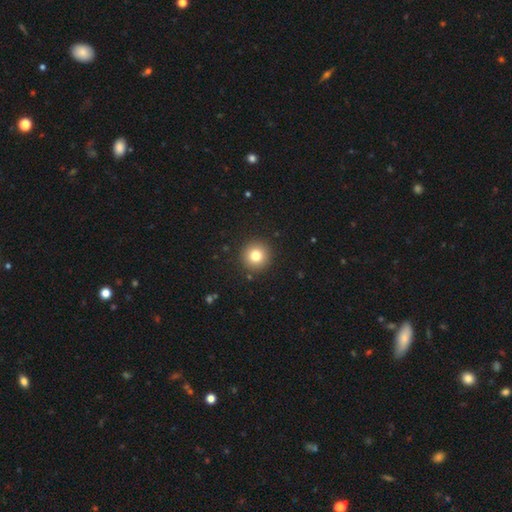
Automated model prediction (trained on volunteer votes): A smooth galaxy with no disk features (79%) that is round (95%).

Vote fractions:
- Smooth or featured? smooth: 79% / star or artifact: 11% / featured or disk: 9%
- How rounded? round: 95% / in between: 4% / cigar-shaped: 1%
- Merging? none: 92% / minor disturbance: 5% / major disturbance: 2% / merger: 1%